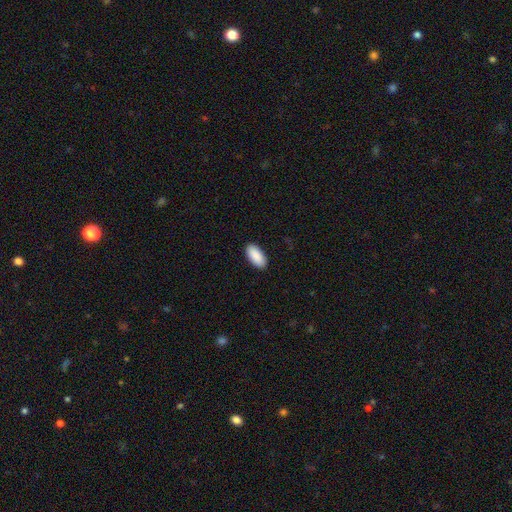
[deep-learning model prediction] Smooth or featured? smooth (91%)
How rounded? in between (94%)
Merging? none (90%)